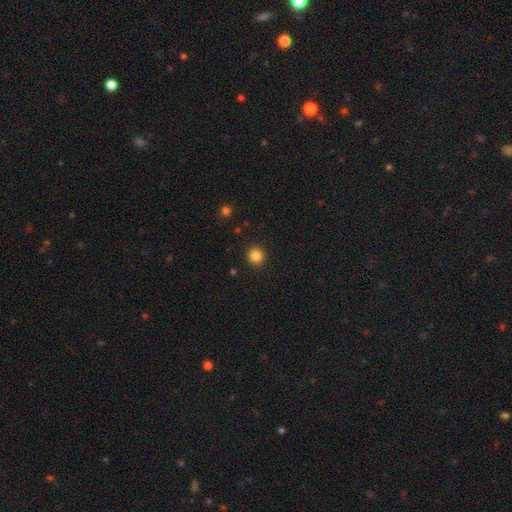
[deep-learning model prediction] A smooth galaxy with no disk features (84%) that is round (91%). Merging: none (92%).